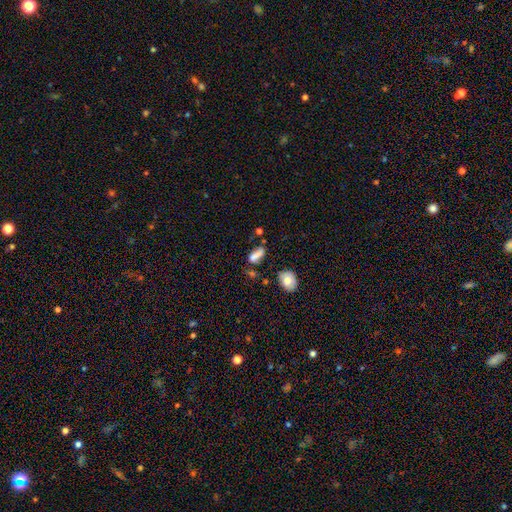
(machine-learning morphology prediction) Smooth or featured? smooth (73%)
How rounded? in between (62%)
Merging? none (52%)